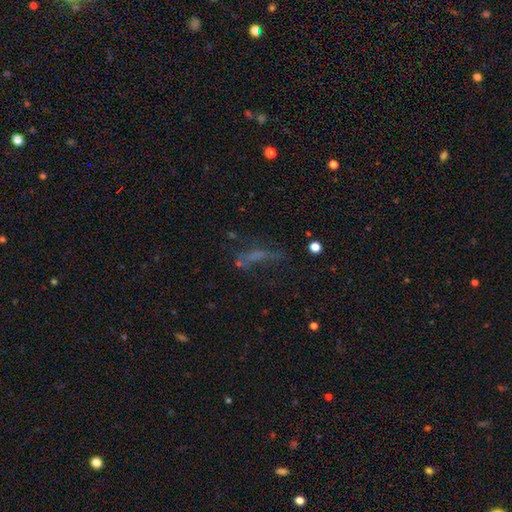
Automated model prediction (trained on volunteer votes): smooth 42%, featured or disk 31%, star or artifact 27%. Down the decision tree: merging — none (41%).